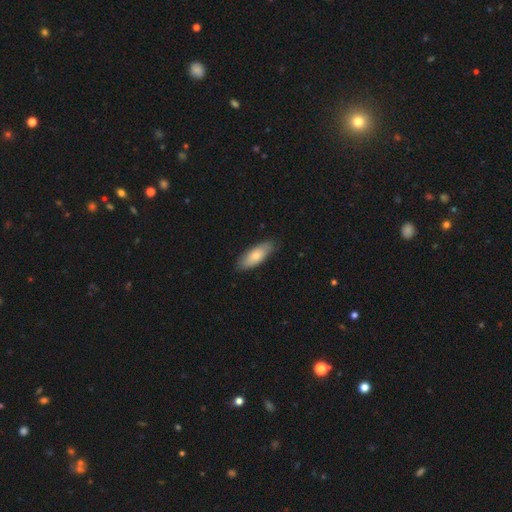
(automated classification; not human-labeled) Overall: smooth (76%). How rounded: in between (74%). Merging: none (83%).